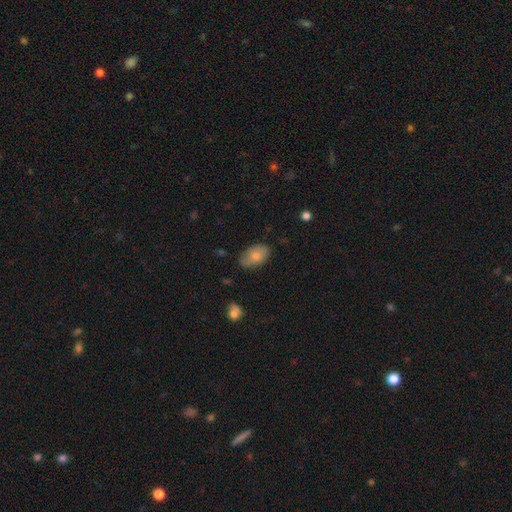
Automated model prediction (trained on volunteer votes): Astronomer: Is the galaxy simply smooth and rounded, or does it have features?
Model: smooth — 76%.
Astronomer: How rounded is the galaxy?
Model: in between — 91%.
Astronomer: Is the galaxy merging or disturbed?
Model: none — 75%.